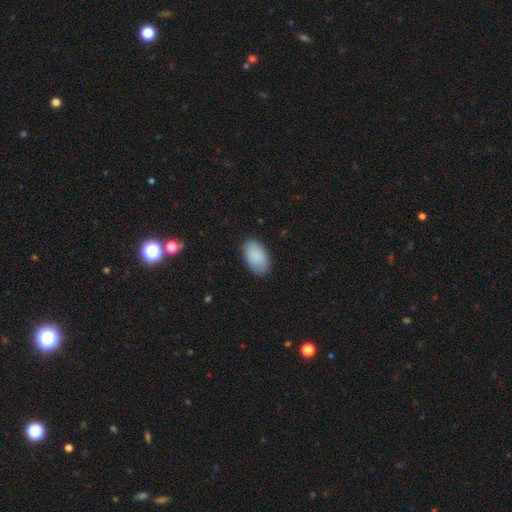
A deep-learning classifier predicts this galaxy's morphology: smooth_or_featured: smooth (p=0.90) [alt: star or artifact p=0.06]
how_rounded: in between (p=0.95) [alt: round p=0.04]
merging: none (p=0.85) [alt: minor disturbance p=0.11]